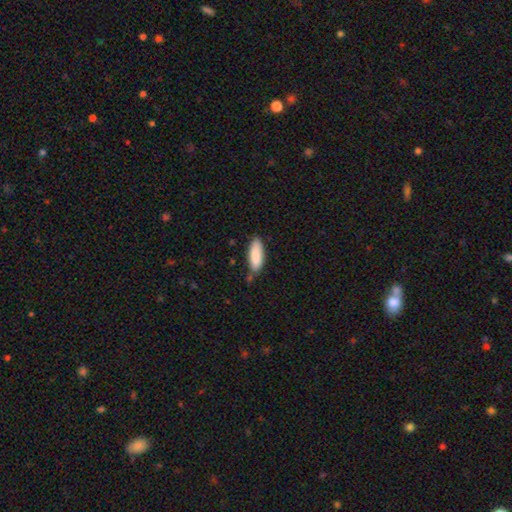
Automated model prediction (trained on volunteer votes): Q: Smooth or featured?
A: smooth (88%); runner-up: featured or disk (6%)
Q: How rounded?
A: in between (67%); runner-up: cigar-shaped (32%)
Q: Merging?
A: none (67%); runner-up: minor disturbance (25%)